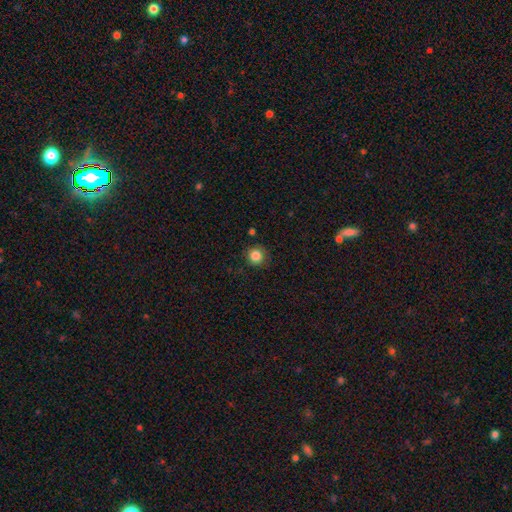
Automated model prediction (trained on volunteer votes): Smooth or featured?
  - smooth: 84% *
  - star or artifact: 11%
  - featured or disk: 5%
How rounded?
  - round: 92% *
  - in between: 7%
  - cigar-shaped: 1%
Merging?
  - none: 83% *
  - minor disturbance: 12%
  - major disturbance: 3%
  - merger: 2%